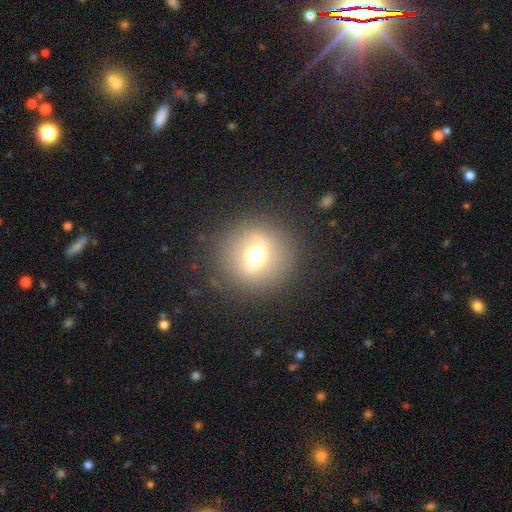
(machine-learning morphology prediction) This is possibly a smooth galaxy (57%). How rounded: clearly round (94%). Merging: clearly none (86%).